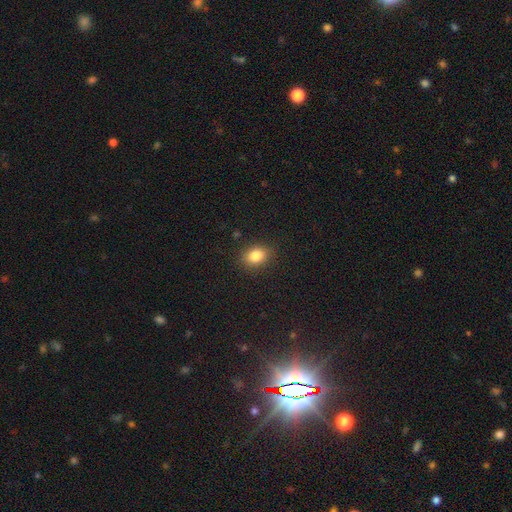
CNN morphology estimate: Smooth or featured?
  - smooth: 83% *
  - star or artifact: 10%
  - featured or disk: 7%
How rounded?
  - in between: 69% *
  - round: 29%
  - cigar-shaped: 1%
Merging?
  - none: 87% *
  - minor disturbance: 9%
  - major disturbance: 3%
  - merger: 1%